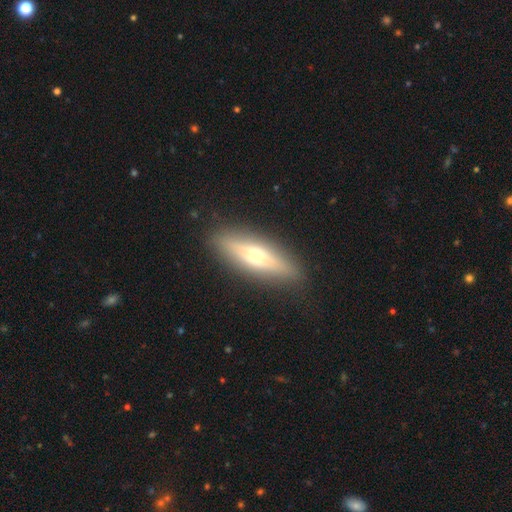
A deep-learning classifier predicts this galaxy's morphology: Smooth or featured?
  - featured or disk: 51% *
  - smooth: 42%
  - star or artifact: 7%
Edge-on disk?
  - yes: 85% *
  - no: 15%
Merging?
  - none: 87% *
  - minor disturbance: 9%
  - major disturbance: 2%
  - merger: 1%